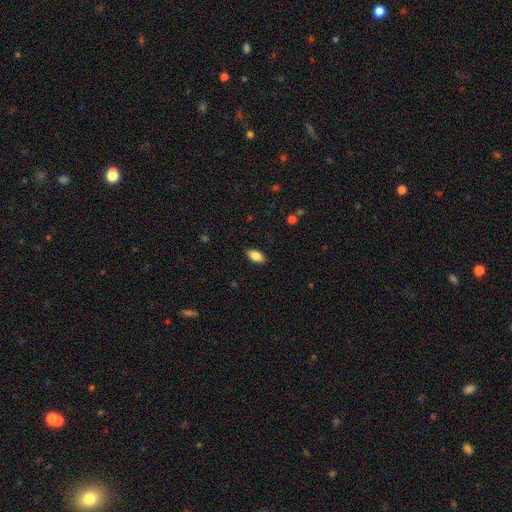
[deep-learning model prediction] smooth_or_featured: smooth (p=0.87) [alt: star or artifact p=0.07]
how_rounded: in between (p=0.93) [alt: cigar-shaped p=0.04]
merging: none (p=0.88) [alt: minor disturbance p=0.09]